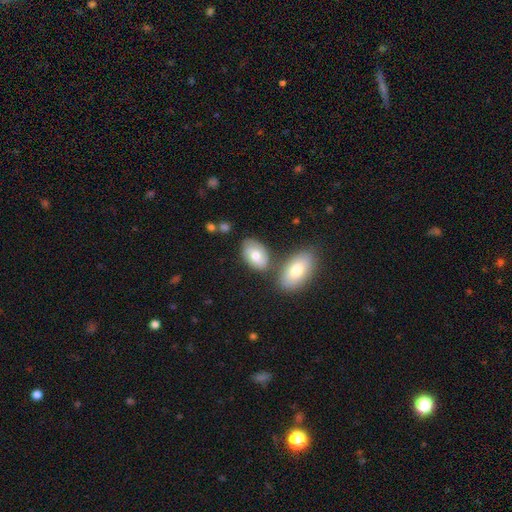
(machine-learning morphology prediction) This is possibly a smooth galaxy (57%). How rounded: clearly in between (90%). Merging: likely none (64%).